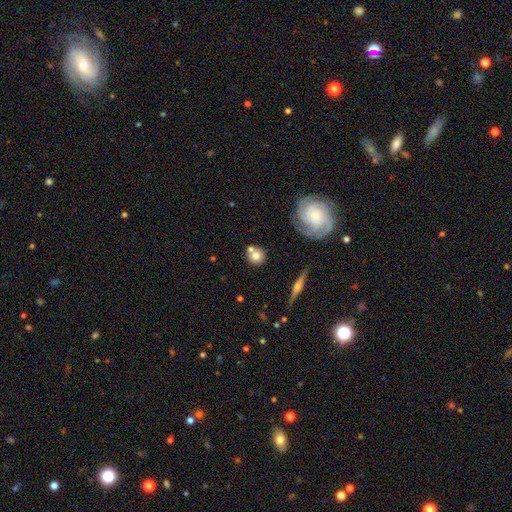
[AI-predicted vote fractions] A smooth galaxy with no disk features (67%) that is round (88%). Merging: none (66%).